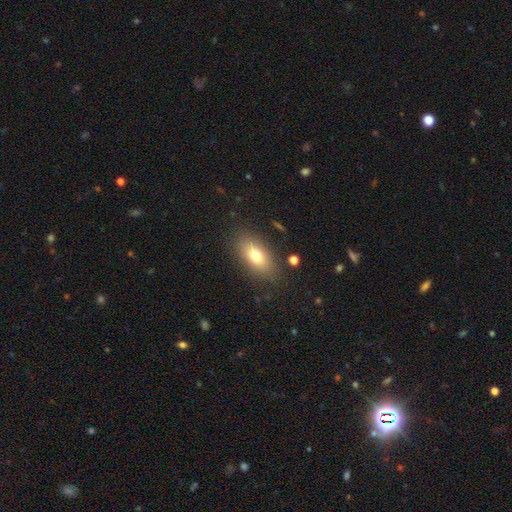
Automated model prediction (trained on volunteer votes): smooth_or_featured: smooth (p=0.76) [alt: featured or disk p=0.16]
how_rounded: in between (p=0.85) [alt: cigar-shaped p=0.08]
merging: none (p=0.83) [alt: minor disturbance p=0.11]